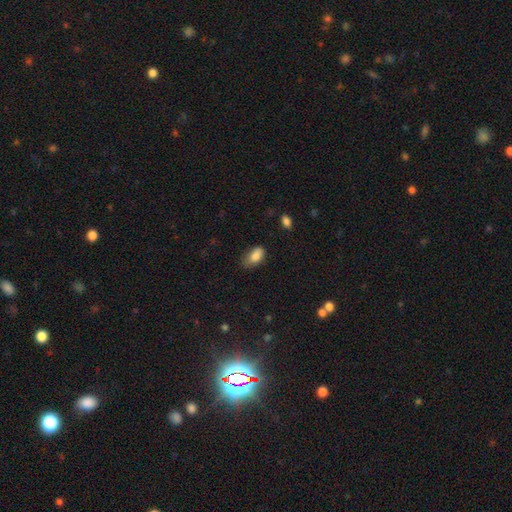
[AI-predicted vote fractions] smooth_or_featured: smooth (p=0.83) [alt: featured or disk p=0.09]
how_rounded: in between (p=0.91) [alt: round p=0.06]
merging: none (p=0.50) [alt: minor disturbance p=0.37]